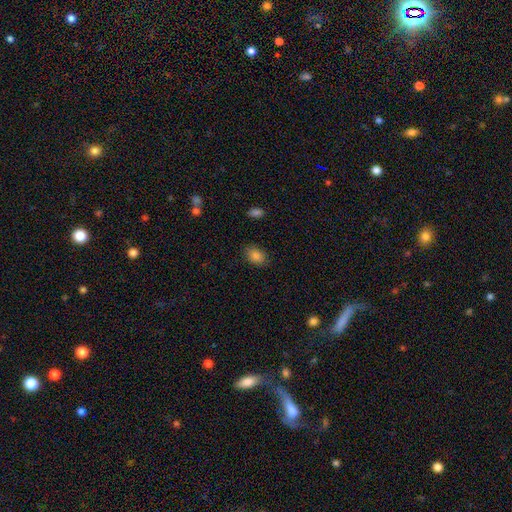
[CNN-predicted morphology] smooth 85%, star or artifact 9%, featured or disk 6%. Down the decision tree: how rounded — in between (80%); merging — none (85%).